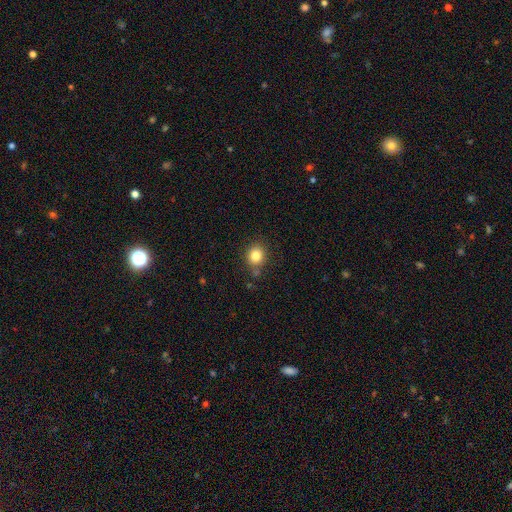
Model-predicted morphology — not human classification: Smooth or featured?
  - smooth: 83% *
  - star or artifact: 11%
  - featured or disk: 6%
How rounded?
  - round: 77% *
  - in between: 22%
  - cigar-shaped: 1%
Merging?
  - none: 79% *
  - minor disturbance: 13%
  - merger: 5%
  - major disturbance: 4%